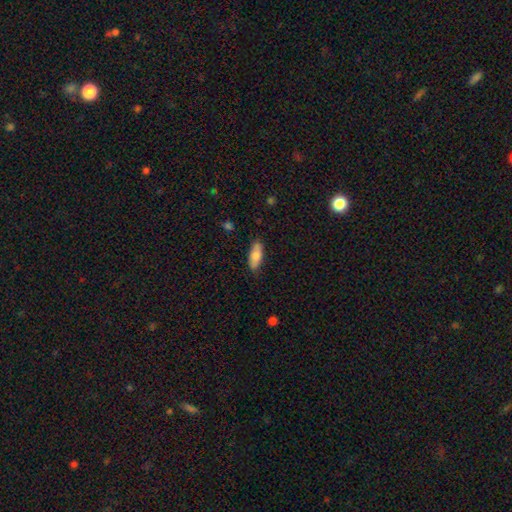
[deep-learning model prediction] smooth 76%, featured or disk 18%, star or artifact 6%. Down the decision tree: how rounded — in between (73%); merging — none (84%).